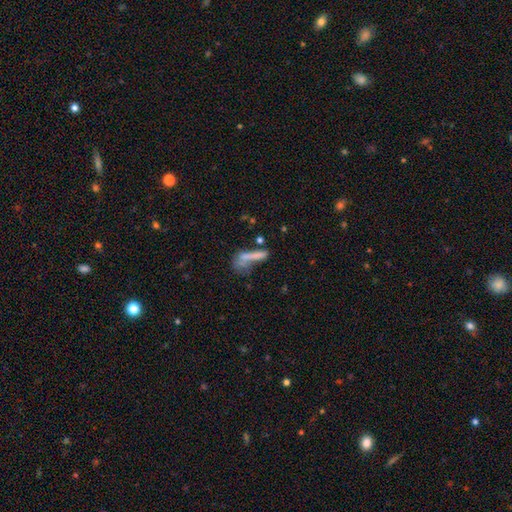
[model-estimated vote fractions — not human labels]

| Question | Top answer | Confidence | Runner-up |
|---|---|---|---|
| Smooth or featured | smooth | 55% | featured or disk (29%) |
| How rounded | cigar-shaped | 75% | in between (21%) |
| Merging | none | 34% | merger (28%) |